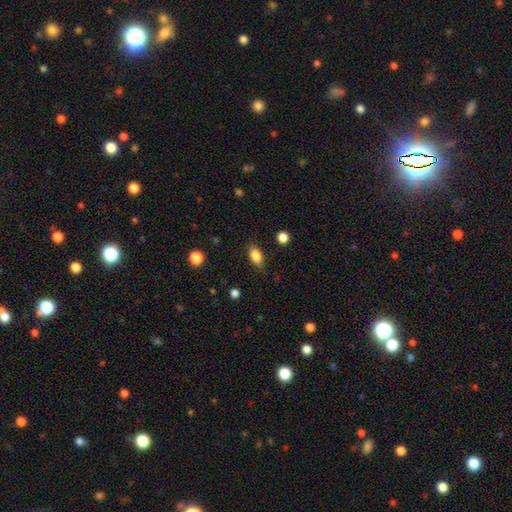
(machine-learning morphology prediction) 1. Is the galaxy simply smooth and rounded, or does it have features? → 85% smooth, 8% star or artifact, 7% featured or disk.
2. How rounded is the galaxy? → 86% in between, 8% round, 6% cigar-shaped.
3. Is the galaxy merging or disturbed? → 84% none, 12% minor disturbance, 3% major disturbance, 1% merger.